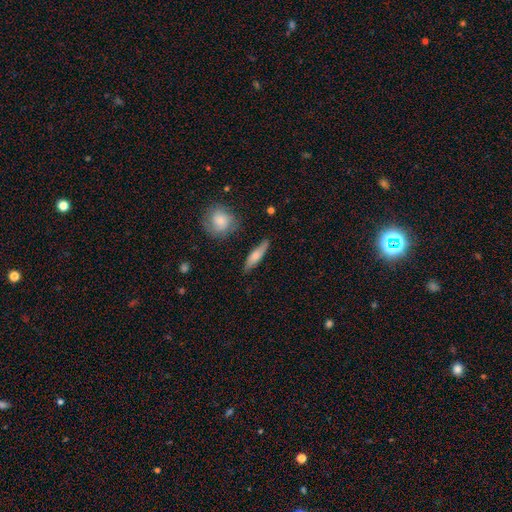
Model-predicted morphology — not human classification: This is likely a smooth galaxy (65%). How rounded: likely cigar-shaped (69%). Merging: likely none (79%).